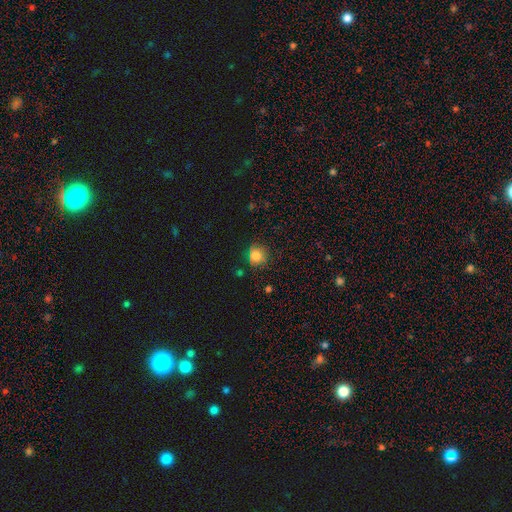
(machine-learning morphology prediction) smooth-or-featured: smooth: 80% | star or artifact: 12% | featured or disk: 8%
  how-rounded: round: 88% | in between: 12% | cigar-shaped: 1%
  merging: none: 78% | minor disturbance: 16% | major disturbance: 4% | merger: 2%